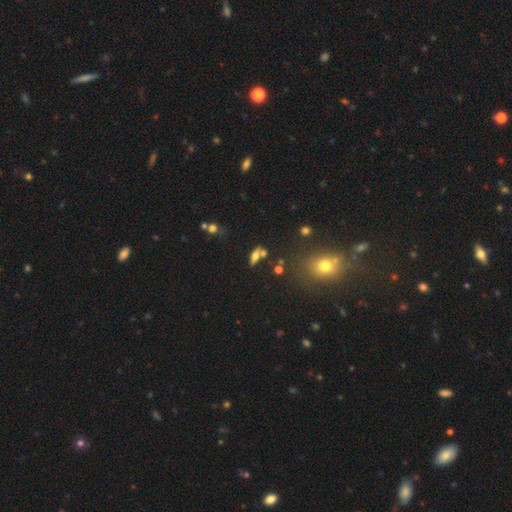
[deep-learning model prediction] Smooth or featured? Predicted: smooth (p=0.50). Merging? Predicted: none (p=0.56).